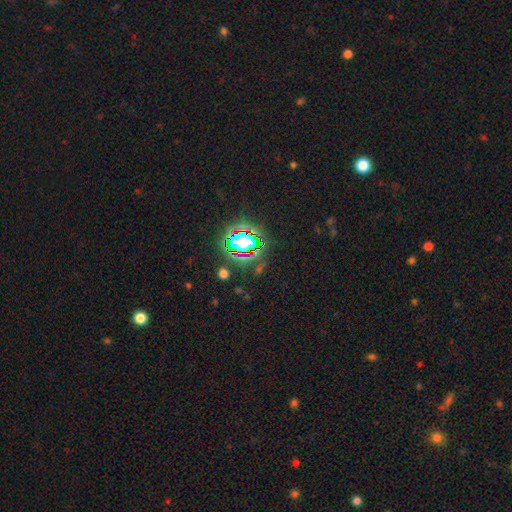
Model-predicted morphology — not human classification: Smooth or featured: star or artifact — 82% (smooth — 11%)